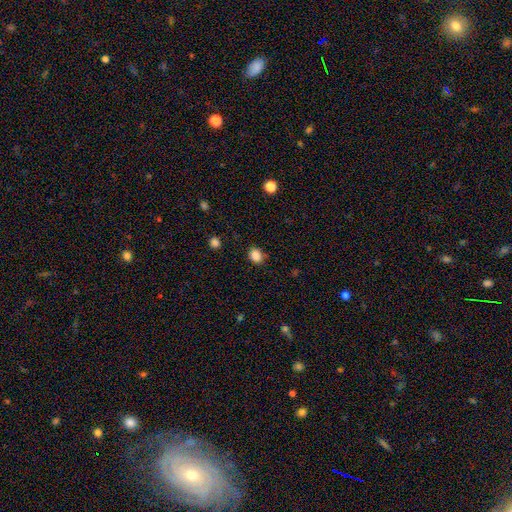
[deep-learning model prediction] smooth_or_featured: smooth (p=0.86) [alt: star or artifact p=0.10]
how_rounded: in between (p=0.52) [alt: round p=0.47]
merging: none (p=0.83) [alt: minor disturbance p=0.12]